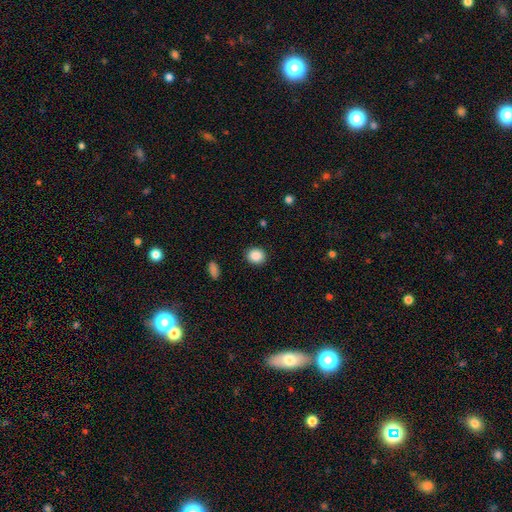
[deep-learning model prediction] This is clearly a smooth galaxy (88%). How rounded: likely round (72%). Merging: clearly none (90%).